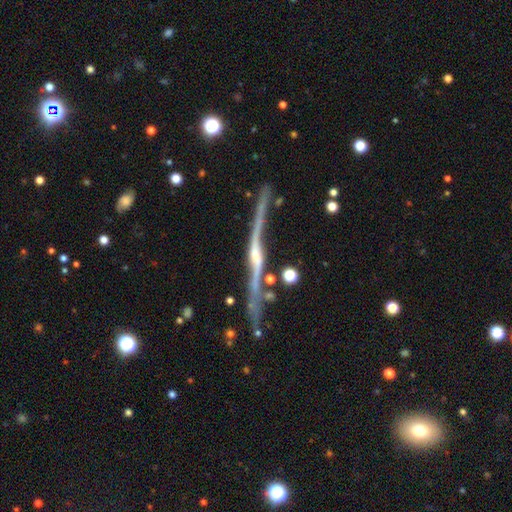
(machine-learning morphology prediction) A featured or disk galaxy (85%) viewed edge-on (96%) with a rounded central bulge (71%).

Vote fractions:
- Smooth or featured? featured or disk: 85% / smooth: 7% / star or artifact: 7%
- Edge-on disk? yes: 96% / no: 4%
- Edge-on bulge? rounded: 71% / none: 21% / boxy: 9%
- Merging? none: 74% / minor disturbance: 16% / merger: 5% / major disturbance: 5%